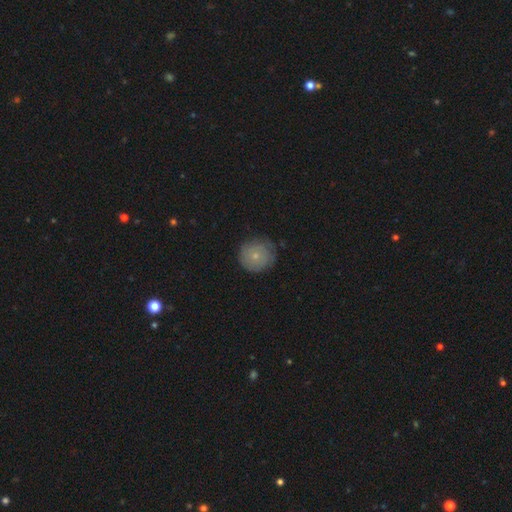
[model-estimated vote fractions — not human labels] smooth_or_featured: smooth (p=0.71) [alt: featured or disk p=0.20]
how_rounded: round (p=0.93) [alt: in between p=0.06]
merging: none (p=0.80) [alt: minor disturbance p=0.15]